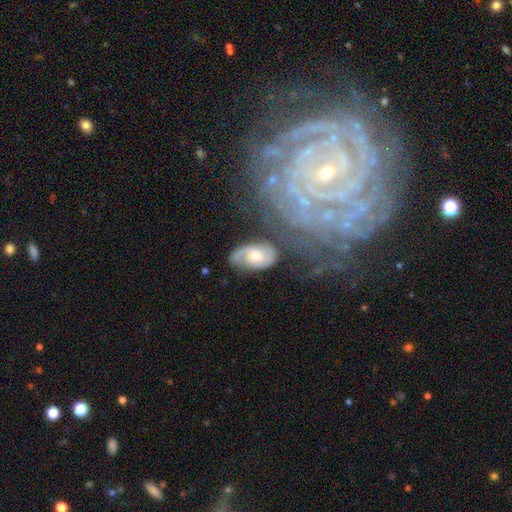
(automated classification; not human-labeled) smooth-or-featured: featured or disk: 66% | smooth: 27% | star or artifact: 7%
  disk-edge-on: no: 96% | yes: 4%
    bar: no: 64% | weak: 30% | strong: 5%
    has-spiral-arms: yes: 88% | no: 12%
      spiral-winding: tight: 42% | medium: 38% | loose: 20%
      spiral-arm-count: 2: 62% | can't tell: 20% | 1: 10% | 3: 5% | 4: 2% | more than 4: 2%
    bulge-size: moderate: 63% | small: 28% | large: 6% | none: 2% | dominant: 1%
  merging: none: 58% | minor disturbance: 22% | major disturbance: 12% | merger: 8%